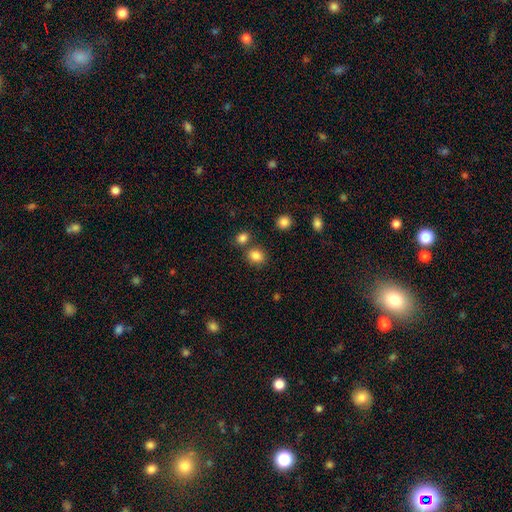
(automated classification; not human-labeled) Smooth or featured? smooth (84%)
How rounded? round (68%)
Merging? none (73%)